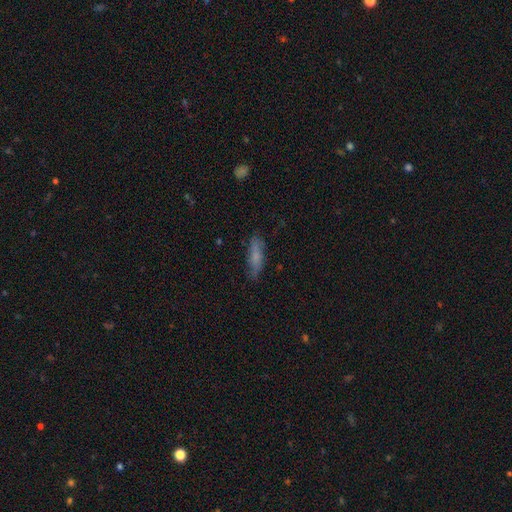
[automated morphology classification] A smooth galaxy with no disk features (65%) that is cigar-shaped (72%).

Vote fractions:
- Smooth or featured? smooth: 65% / featured or disk: 27% / star or artifact: 8%
- How rounded? cigar-shaped: 72% / in between: 26% / round: 2%
- Merging? none: 76% / minor disturbance: 17% / major disturbance: 5% / merger: 2%